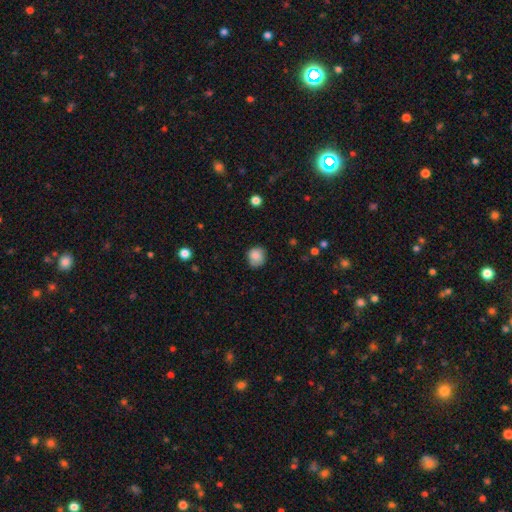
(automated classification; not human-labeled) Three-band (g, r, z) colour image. It shows a smooth galaxy with no disk features (86%) that is round (81%). Merging: none (73%).